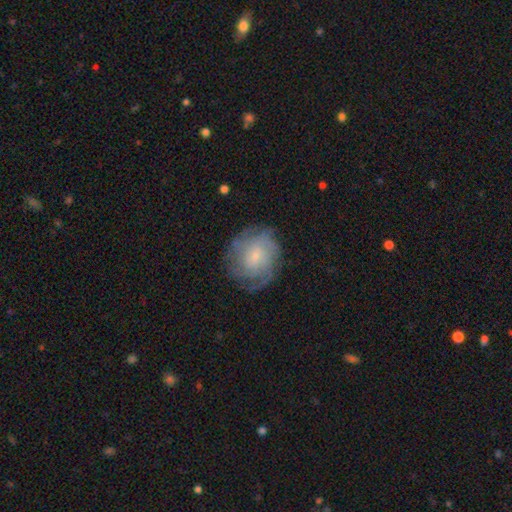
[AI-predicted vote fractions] Overall: featured or disk (66%). Edge-on disk: no (97%). Bar: no (66%; weak 30%). Spiral arms: yes (89%). Spiral arm count: can't tell (50%; 2 13%). Spiral winding: tight (61%; medium 29%). Bulge size: small (73%). Merging: none (72%).